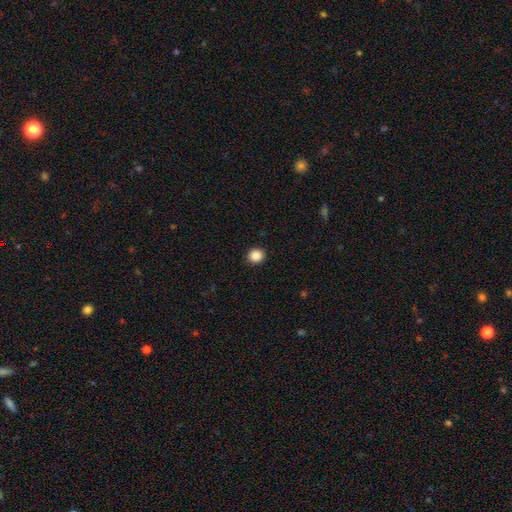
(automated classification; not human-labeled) Smooth or featured? smooth (88%)
How rounded? round (86%)
Merging? none (92%)